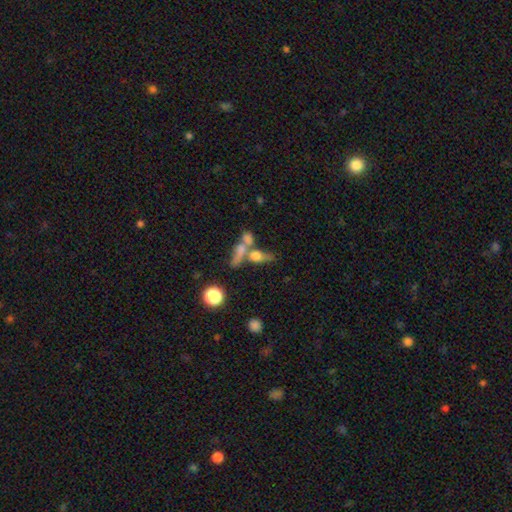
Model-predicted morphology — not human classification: This is possibly a smooth galaxy (57%). How rounded: possibly in between (52%). Merging: possibly merger (55%).